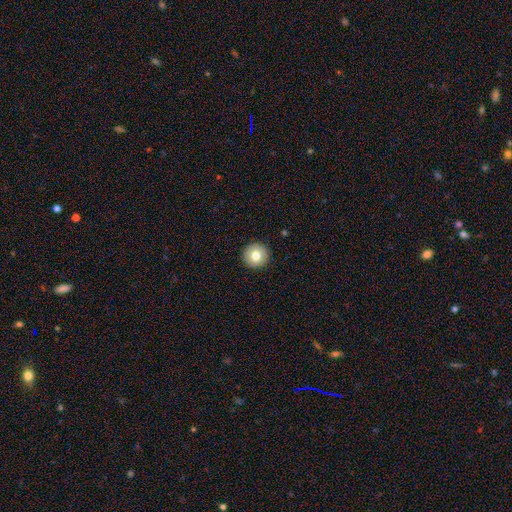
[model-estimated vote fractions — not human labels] Smooth or featured? Predicted: smooth (p=0.77). How rounded? Predicted: round (p=0.96). Merging? Predicted: none (p=0.93).